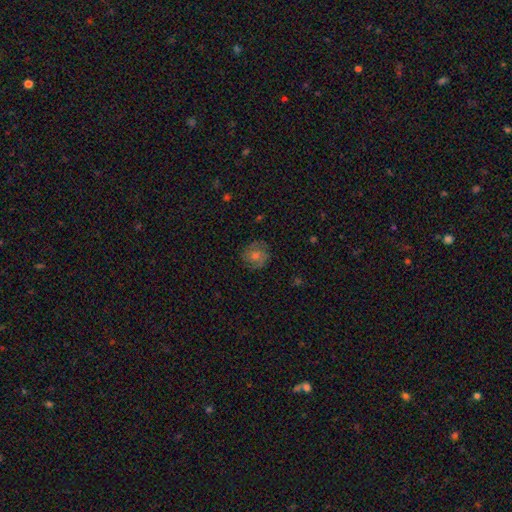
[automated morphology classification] featured or disk 43% (tied), smooth 43% (tied), star or artifact 14%. Down the decision tree: merging — none (82%).